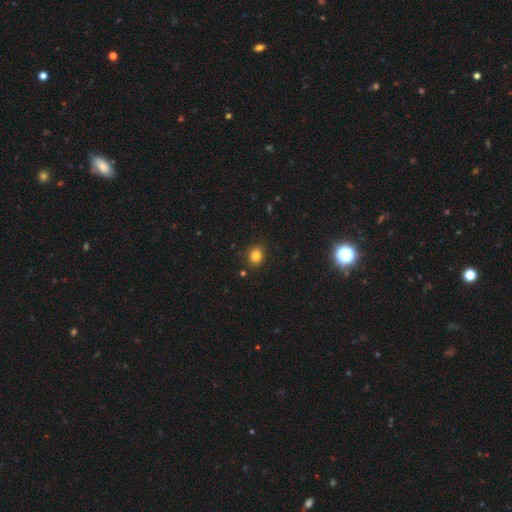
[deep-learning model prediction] A smooth galaxy with no disk features (83%) that is round (63%). Merging: none (87%).